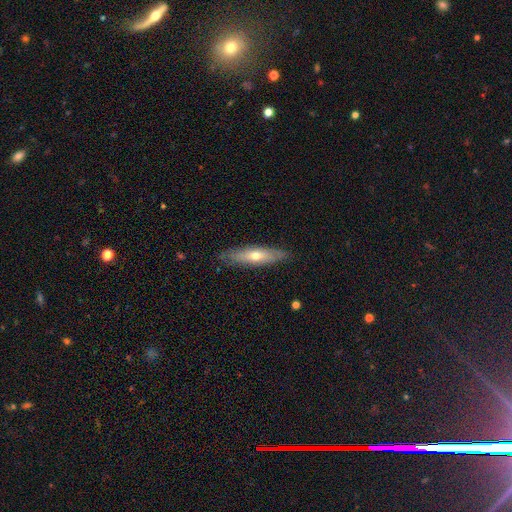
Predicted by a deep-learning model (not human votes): This is possibly a smooth galaxy (51%). How rounded: likely cigar-shaped (63%). Merging: clearly none (81%).